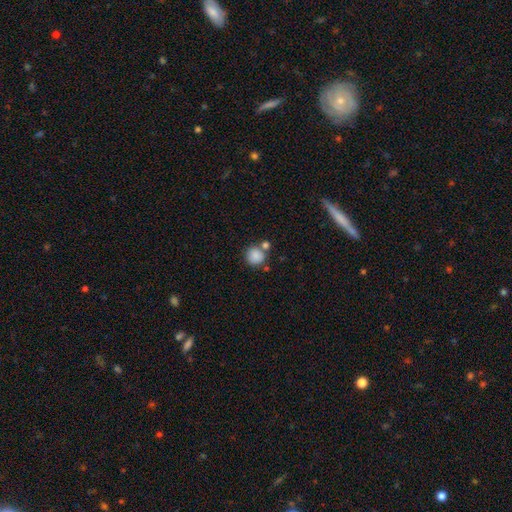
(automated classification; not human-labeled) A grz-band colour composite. It shows a smooth galaxy with no disk features (85%) that is round (89%). Merging: none (62%).